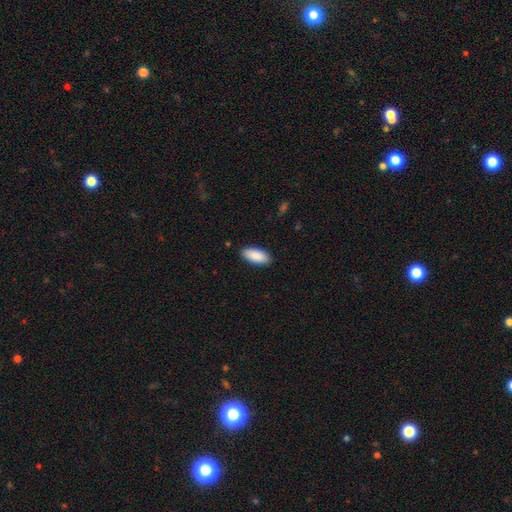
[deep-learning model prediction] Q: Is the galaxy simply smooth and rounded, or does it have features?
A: smooth — 90%.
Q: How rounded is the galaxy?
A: in between — 88%.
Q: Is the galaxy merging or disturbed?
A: none — 89%.